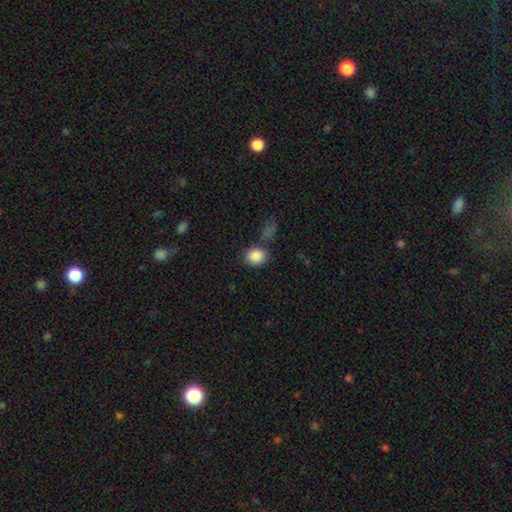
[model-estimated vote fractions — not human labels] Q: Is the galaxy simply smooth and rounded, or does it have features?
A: smooth — 87%.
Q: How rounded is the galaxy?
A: round — 68%.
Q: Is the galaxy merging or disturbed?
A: none — 73%.